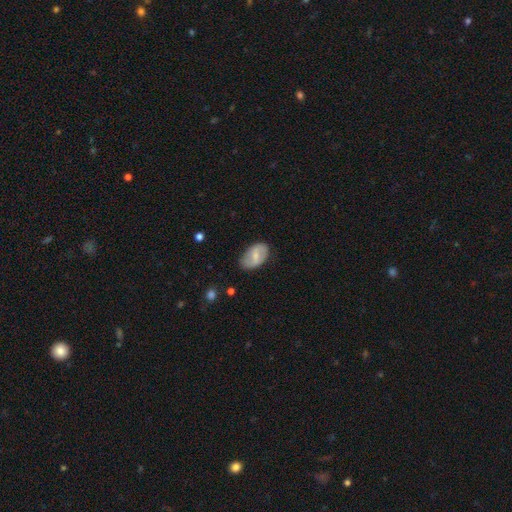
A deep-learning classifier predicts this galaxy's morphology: This appears to be a smooth galaxy with no disk features (51%) that is in between round and cigar-shaped (92%). Merging: none (75%).